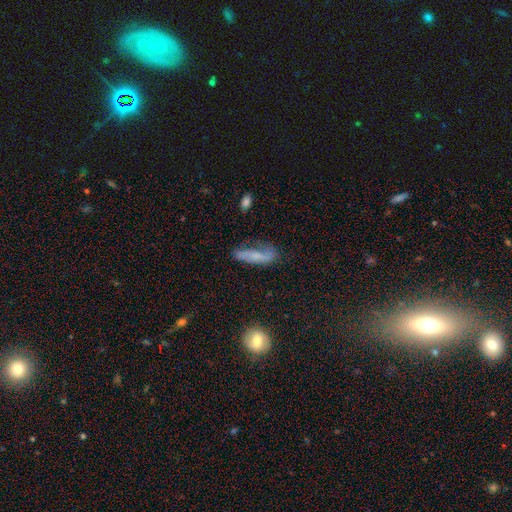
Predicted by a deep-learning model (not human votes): smooth_or_featured: smooth (p=0.49) [alt: featured or disk p=0.41]
merging: none (p=0.50) [alt: minor disturbance p=0.29]